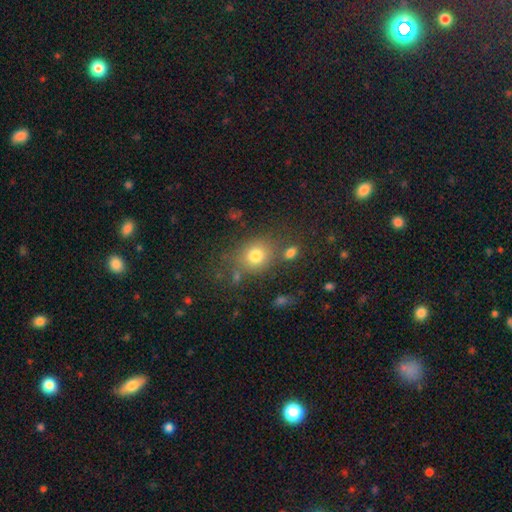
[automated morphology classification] smooth_or_featured: smooth (p=0.76) [alt: star or artifact p=0.13]
how_rounded: round (p=0.59) [alt: in between p=0.39]
merging: none (p=0.67) [alt: minor disturbance p=0.15]